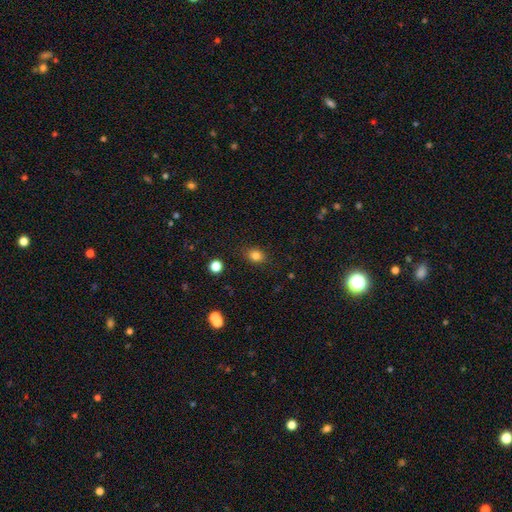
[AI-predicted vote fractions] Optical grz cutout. It shows a smooth galaxy with no disk features (82%) that is round (55%). Merging: none (84%).